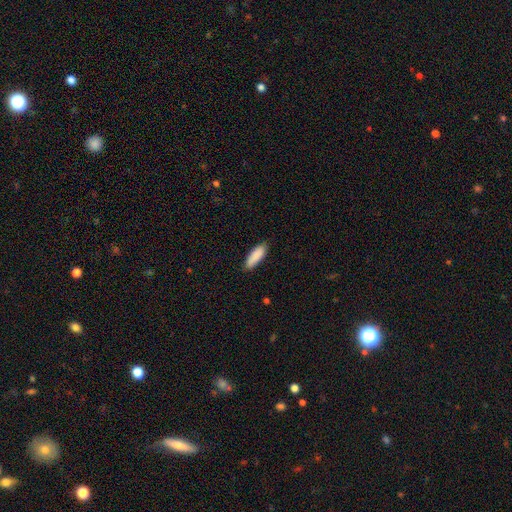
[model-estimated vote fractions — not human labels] A smooth galaxy with no disk features (89%) that is in between round and cigar-shaped (60%). Merging: none (84%).